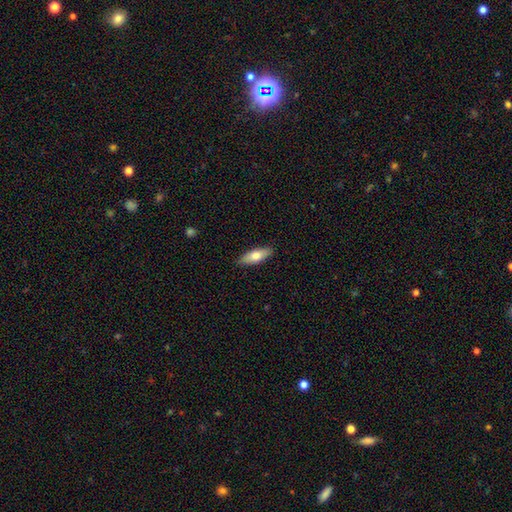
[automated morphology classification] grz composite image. It shows a smooth galaxy with no disk features (69%) that is in between round and cigar-shaped (62%). Merging: none (88%).